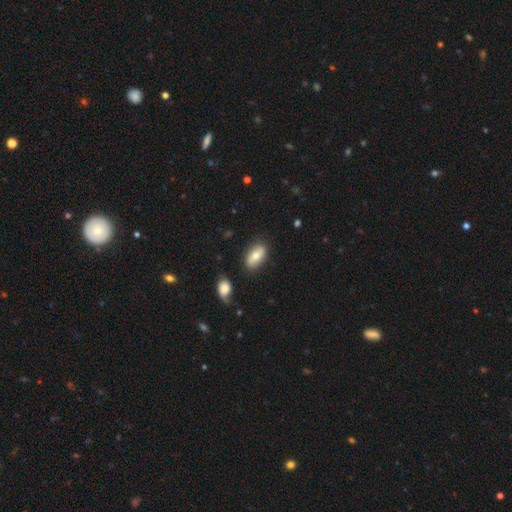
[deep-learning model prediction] Q: Smooth or featured?
A: smooth (69%); runner-up: featured or disk (24%)
Q: How rounded?
A: in between (90%); runner-up: cigar-shaped (5%)
Q: Merging?
A: none (79%); runner-up: minor disturbance (14%)